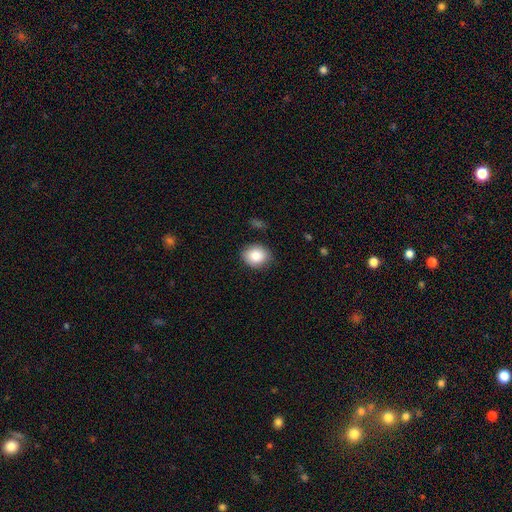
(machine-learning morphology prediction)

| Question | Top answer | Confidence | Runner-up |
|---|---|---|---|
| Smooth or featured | smooth | 85% | star or artifact (8%) |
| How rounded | round | 58% | in between (42%) |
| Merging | none | 82% | minor disturbance (14%) |